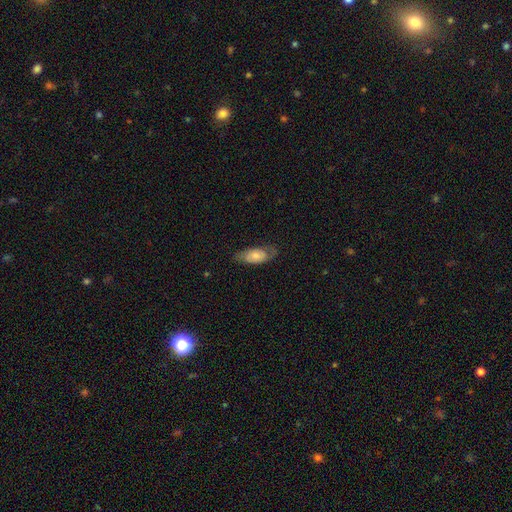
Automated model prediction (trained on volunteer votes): Q: Smooth or featured?
A: smooth (61%); runner-up: featured or disk (32%)
Q: How rounded?
A: in between (86%); runner-up: cigar-shaped (10%)
Q: Merging?
A: none (65%); runner-up: minor disturbance (25%)